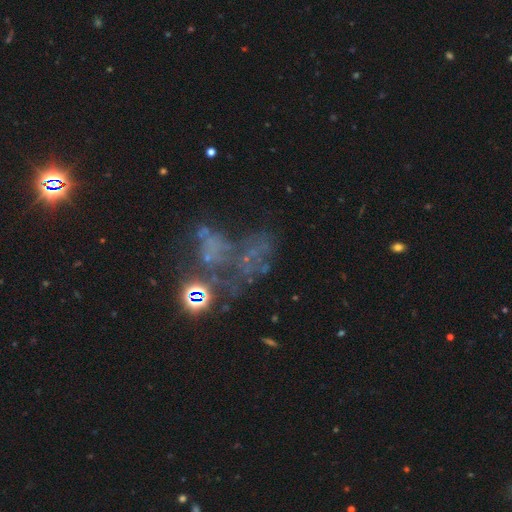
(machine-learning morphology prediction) Smooth or featured? star or artifact (42%)